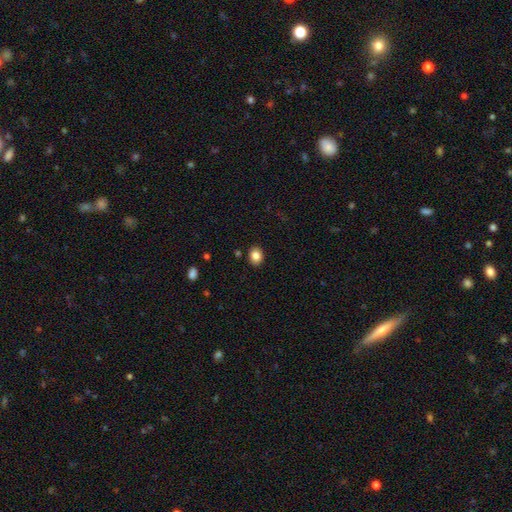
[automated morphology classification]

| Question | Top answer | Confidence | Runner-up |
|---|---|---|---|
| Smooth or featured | smooth | 84% | star or artifact (9%) |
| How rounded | in between | 53% | round (46%) |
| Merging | none | 89% | minor disturbance (8%) |